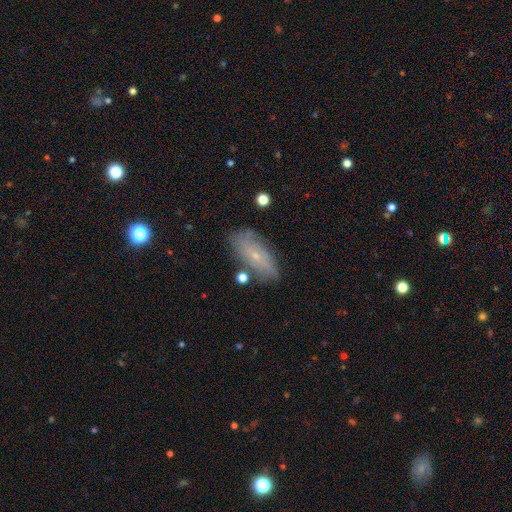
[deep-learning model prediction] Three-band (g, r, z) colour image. It shows a smooth galaxy with no disk features (47%). Merging: none (73%).